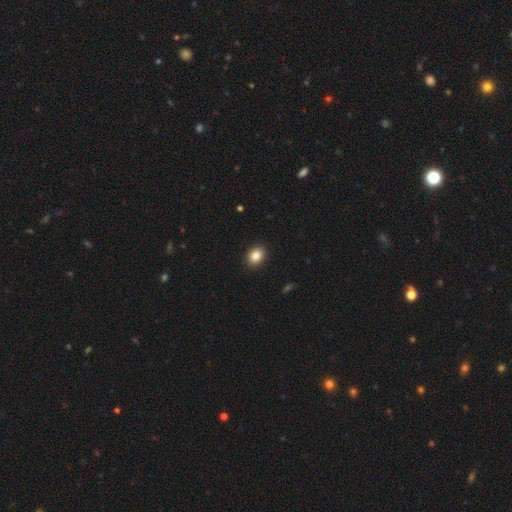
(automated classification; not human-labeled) Q: Smooth or featured?
A: smooth (85%); runner-up: star or artifact (10%)
Q: How rounded?
A: in between (50%); runner-up: round (49%)
Q: Merging?
A: none (91%); runner-up: minor disturbance (7%)